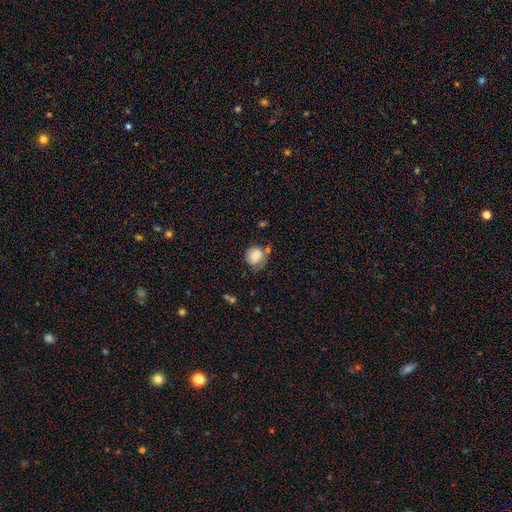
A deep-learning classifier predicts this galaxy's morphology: This appears to be a smooth galaxy with no disk features (78%) that is round (80%). Merging: none (51%).